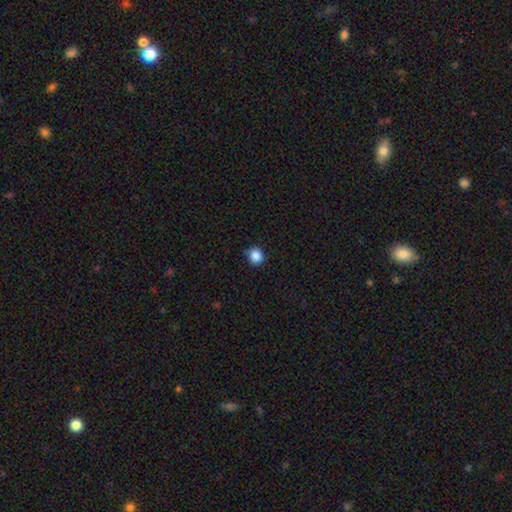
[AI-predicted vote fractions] A smooth galaxy with no disk features (87%) that is round (86%).

Vote fractions:
- Smooth or featured? smooth: 87% / star or artifact: 10% / featured or disk: 3%
- How rounded? round: 86% / in between: 13% / cigar-shaped: 1%
- Merging? none: 85% / minor disturbance: 12% / major disturbance: 2% / merger: 1%